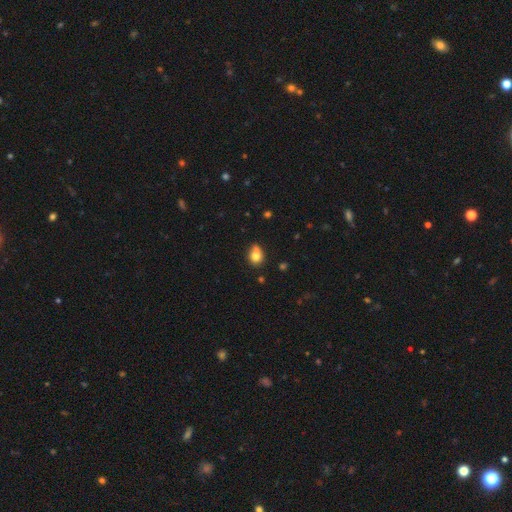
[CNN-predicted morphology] Overall: smooth (79%). How rounded: round (50%; in between 48%). Merging: none (50%; minor disturbance 31%).